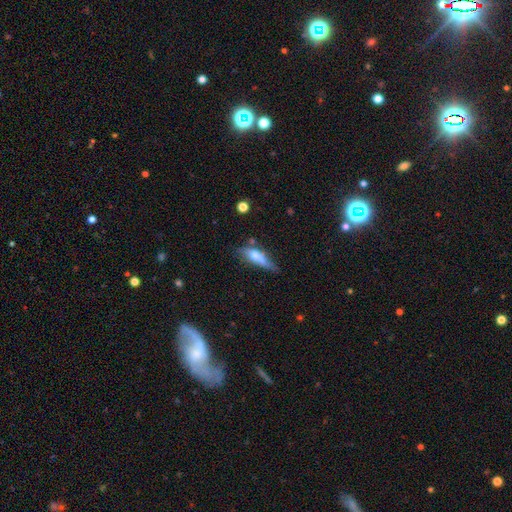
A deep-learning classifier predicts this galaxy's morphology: Smooth or featured? Predicted: smooth (p=0.57). How rounded? Predicted: cigar-shaped (p=0.54). Merging? Predicted: none (p=0.43).